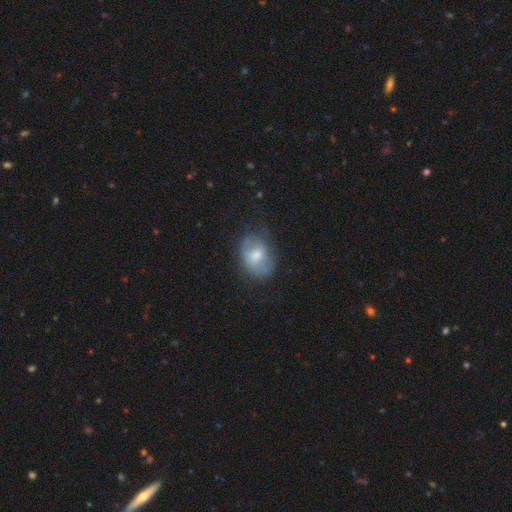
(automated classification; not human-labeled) smooth-or-featured: smooth: 54% | featured or disk: 38% | star or artifact: 8%
  how-rounded: in between: 72% | round: 26% | cigar-shaped: 1%
  merging: none: 54% | minor disturbance: 29% | major disturbance: 15% | merger: 2%